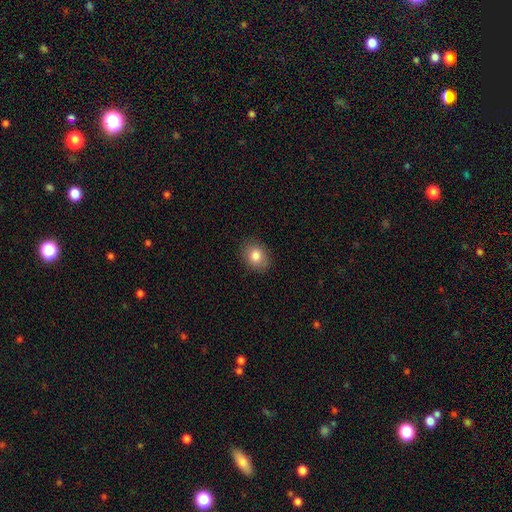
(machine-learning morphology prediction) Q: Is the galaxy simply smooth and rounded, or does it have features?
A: smooth — 82%.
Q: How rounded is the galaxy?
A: in between — 52%.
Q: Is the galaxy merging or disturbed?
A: none — 87%.